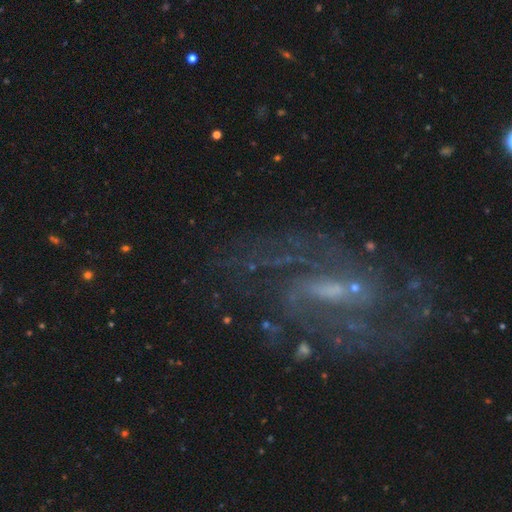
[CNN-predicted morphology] smooth-or-featured: featured or disk: 85% | star or artifact: 10% | smooth: 6%
  disk-edge-on: no: 95% | yes: 5%
    bar: weak: 50% | strong: 26% | no: 24%
    has-spiral-arms: yes: 93% | no: 7%
      spiral-winding: medium: 48% | tight: 29% | loose: 22%
      spiral-arm-count: 2: 45% | can't tell: 24% | 3: 12% | 4: 7% | 1: 6% | more than 4: 6%
    bulge-size: small: 49% | moderate: 25% | none: 22% | large: 3% | dominant: 1%
  merging: none: 65% | minor disturbance: 17% | major disturbance: 15% | merger: 4%